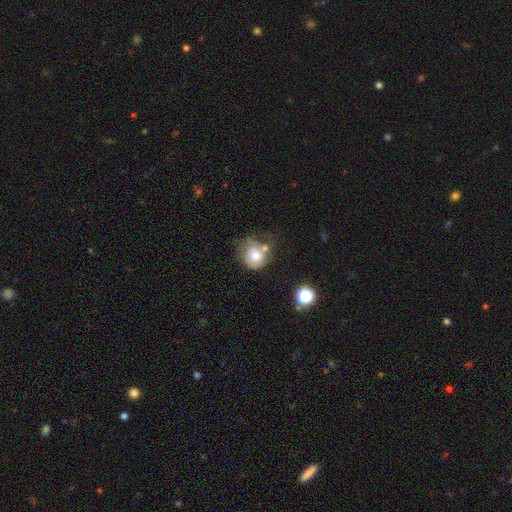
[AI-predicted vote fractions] smooth 67%, featured or disk 23%, star or artifact 10%. Down the decision tree: how rounded — round (81%); merging — none (36%).